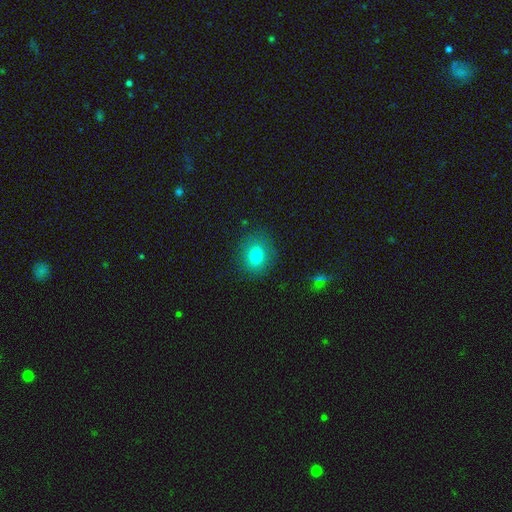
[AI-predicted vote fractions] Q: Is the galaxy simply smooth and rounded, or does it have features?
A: smooth — 77%.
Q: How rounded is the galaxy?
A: round — 66%.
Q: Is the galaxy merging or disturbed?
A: none — 84%.